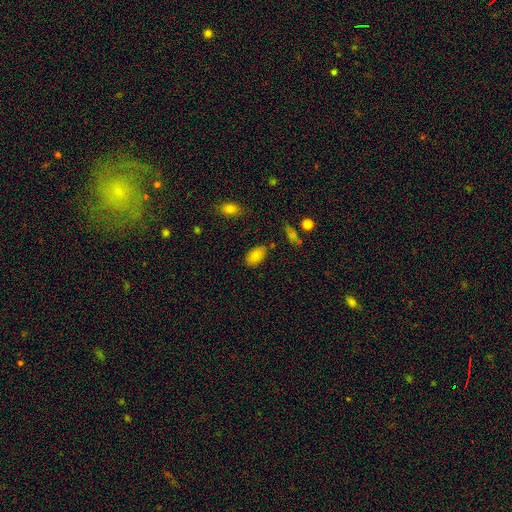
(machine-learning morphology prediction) smooth 82%, featured or disk 10%, star or artifact 9%. Down the decision tree: how rounded — in between (92%); merging — none (82%).